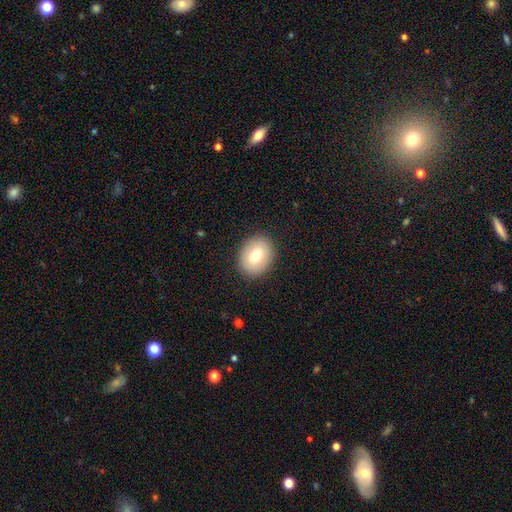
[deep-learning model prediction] Overall: smooth (76%). How rounded: in between (52%; round 47%). Merging: none (89%).